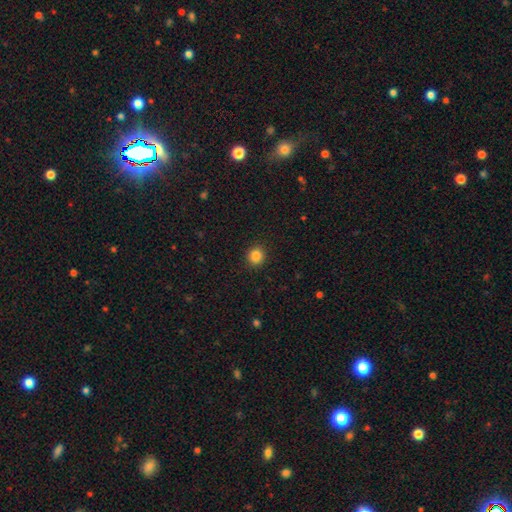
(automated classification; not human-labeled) smooth 86%, star or artifact 11%, featured or disk 3%. Down the decision tree: how rounded — round (86%); merging — none (91%).